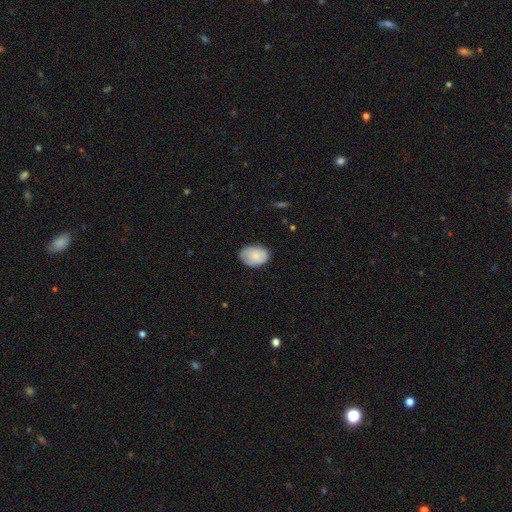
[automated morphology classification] Overall: smooth (77%). How rounded: in between (74%). Merging: none (76%).